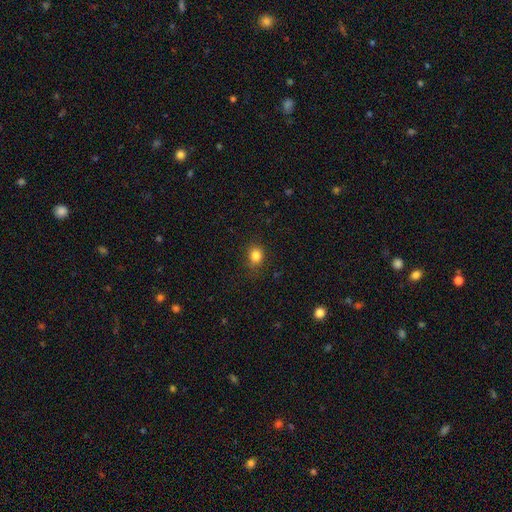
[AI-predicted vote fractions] Smooth or featured? smooth (83%)
How rounded? round (62%)
Merging? none (80%)